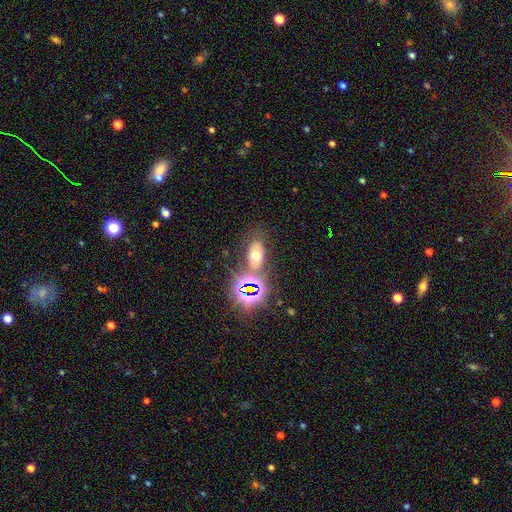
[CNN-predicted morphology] Smooth or featured: smooth — 51% (star or artifact — 32%)
How rounded: in between — 83% (round — 14%)
Merging: none — 66% (merger — 14%)